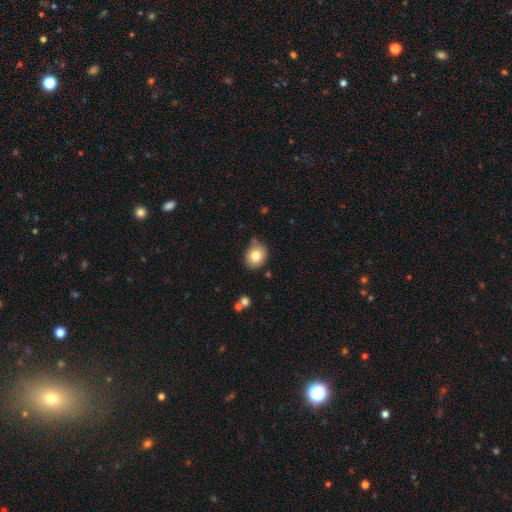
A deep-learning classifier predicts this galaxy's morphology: This appears to be a smooth galaxy with no disk features (80%) that is round (63%). Merging: none (74%).